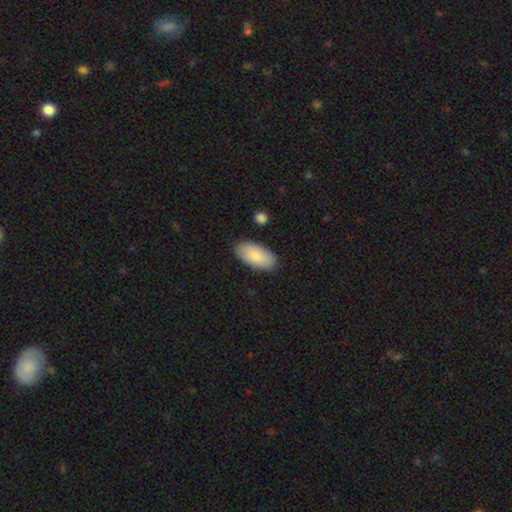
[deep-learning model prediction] This is clearly a smooth galaxy (87%). How rounded: clearly in between (94%). Merging: clearly none (86%).